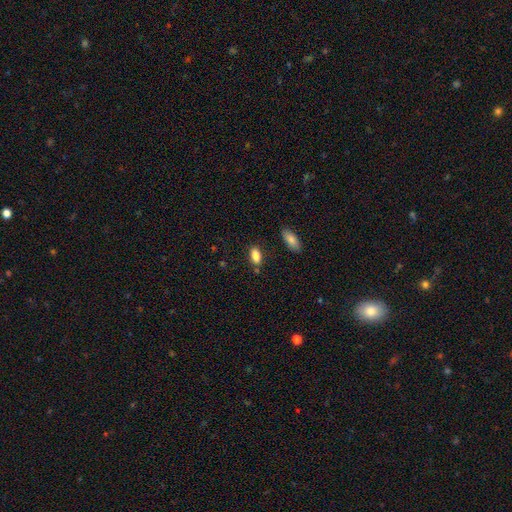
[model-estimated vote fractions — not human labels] Smooth or featured?
  - smooth: 85% *
  - star or artifact: 8%
  - featured or disk: 7%
How rounded?
  - in between: 86% *
  - cigar-shaped: 10%
  - round: 4%
Merging?
  - none: 77% *
  - minor disturbance: 13%
  - merger: 6%
  - major disturbance: 3%